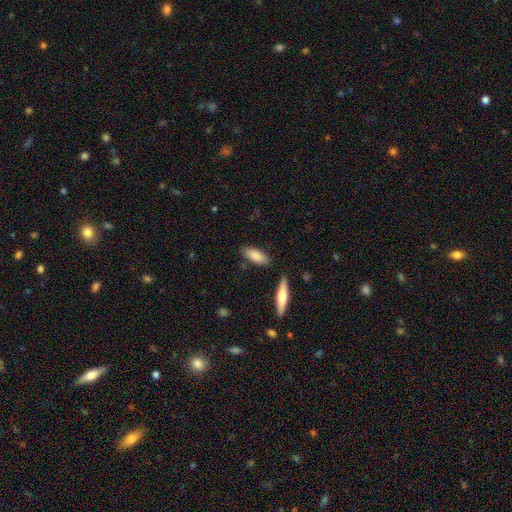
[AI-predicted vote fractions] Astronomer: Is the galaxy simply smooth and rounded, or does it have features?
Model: smooth — 84%.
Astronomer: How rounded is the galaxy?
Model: in between — 71%.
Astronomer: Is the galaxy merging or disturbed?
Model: none — 81%.